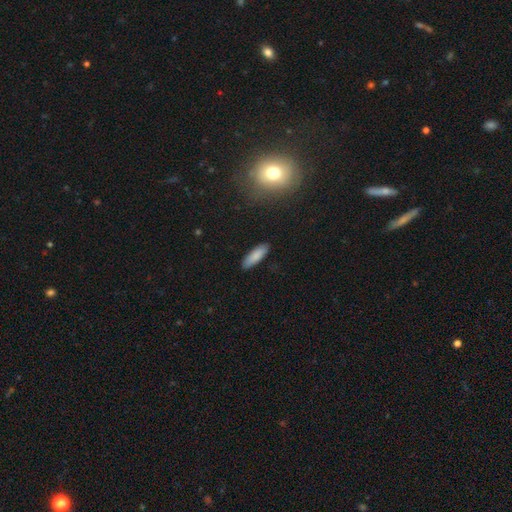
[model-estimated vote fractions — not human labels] Overall: smooth (85%). How rounded: in between (50%; cigar-shaped 49%). Merging: none (88%).